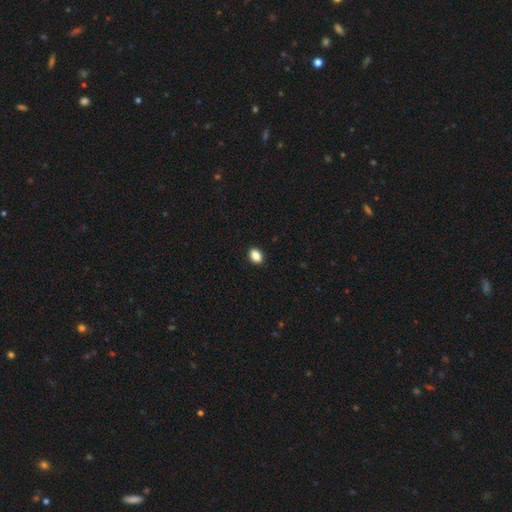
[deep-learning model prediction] The model was most divided on "how rounded": in between: 73%, round: 25%, cigar-shaped: 1%. More confident: merging — none (91%); smooth or featured — smooth (86%).